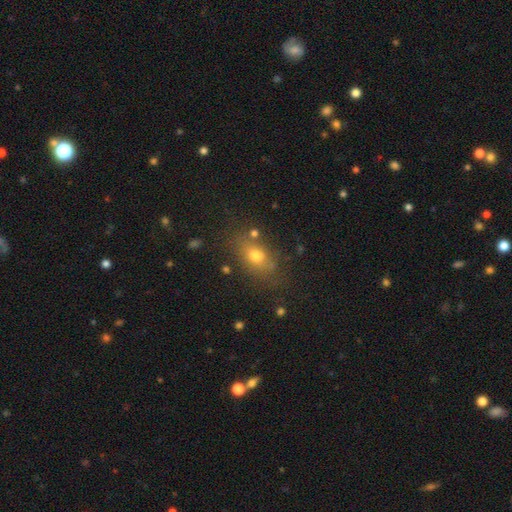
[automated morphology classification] smooth_or_featured: smooth (p=0.70) [alt: featured or disk p=0.15]
how_rounded: in between (p=0.72) [alt: round p=0.24]
merging: none (p=0.74) [alt: minor disturbance p=0.15]